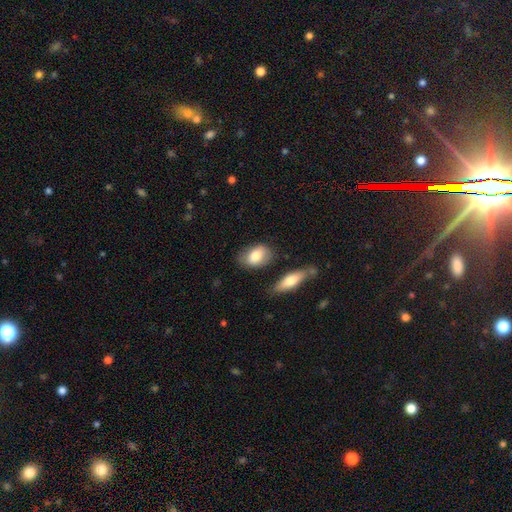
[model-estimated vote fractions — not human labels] Overall: smooth (79%). How rounded: in between (84%). Merging: none (73%).